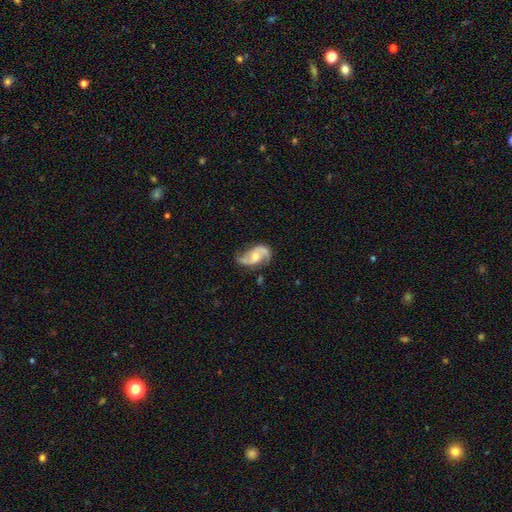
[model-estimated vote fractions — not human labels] This is clearly a featured or disk galaxy (84%). It is clearly not viewed edge-on (97%). Bar: possibly no (54%). Spiral arm pattern: clearly yes (96%). Spiral arm count: clearly 2 (91%). Spiral winding: marginally medium (44%). Central bulge: possibly moderate (59%). Merging: likely none (64%).